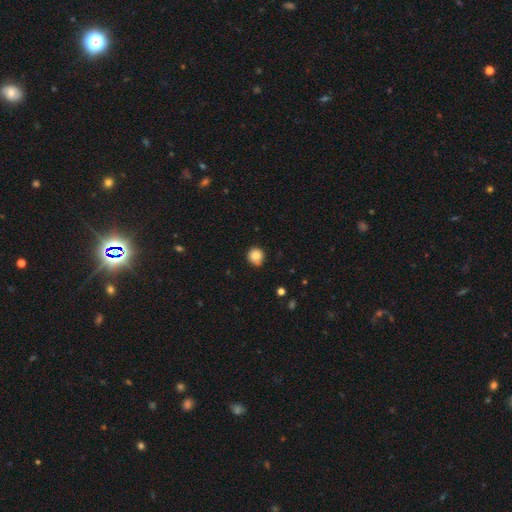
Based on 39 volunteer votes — Morphology: type=smooth (95%); roundness=round (97%); merging=none (73%).